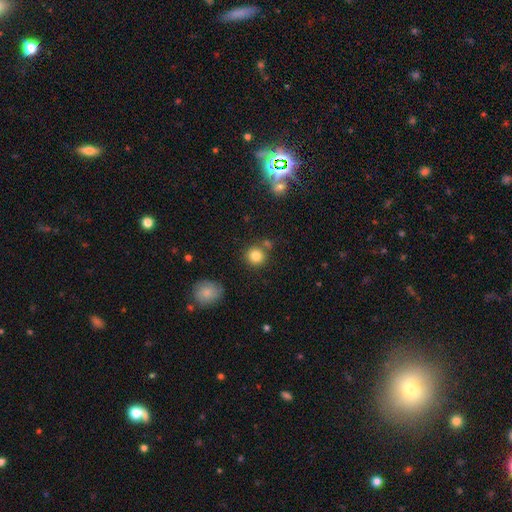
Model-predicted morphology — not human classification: A smooth galaxy with no disk features (83%) that is round (91%). Merging: none (77%).